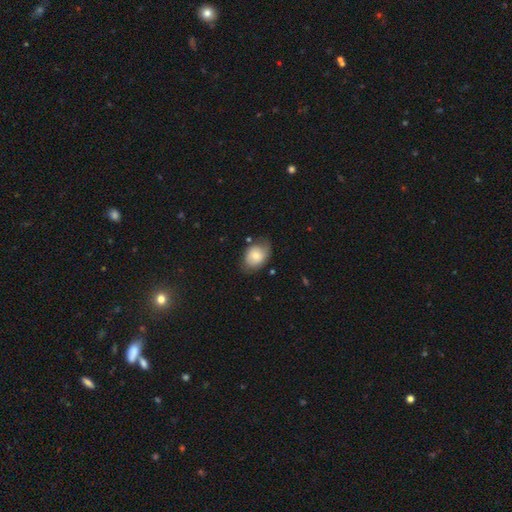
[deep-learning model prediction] A smooth galaxy with no disk features (72%) that is in between round and cigar-shaped (72%). Merging: none (65%).